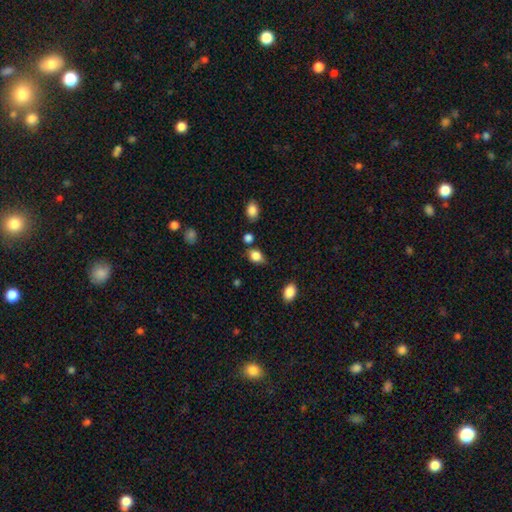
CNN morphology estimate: smooth-or-featured: smooth: 82% | star or artifact: 10% | featured or disk: 8%
  how-rounded: in between: 69% | round: 28% | cigar-shaped: 2%
  merging: none: 64% | minor disturbance: 23% | merger: 8% | major disturbance: 6%